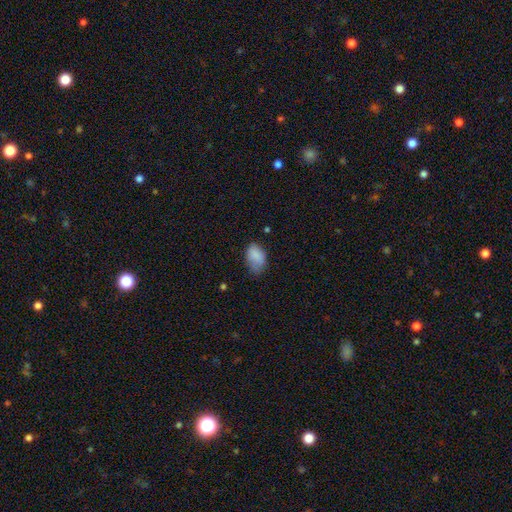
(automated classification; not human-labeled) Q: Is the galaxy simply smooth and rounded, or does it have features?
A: smooth — 83%.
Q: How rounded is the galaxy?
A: in between — 89%.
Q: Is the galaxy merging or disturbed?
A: none — 51%.